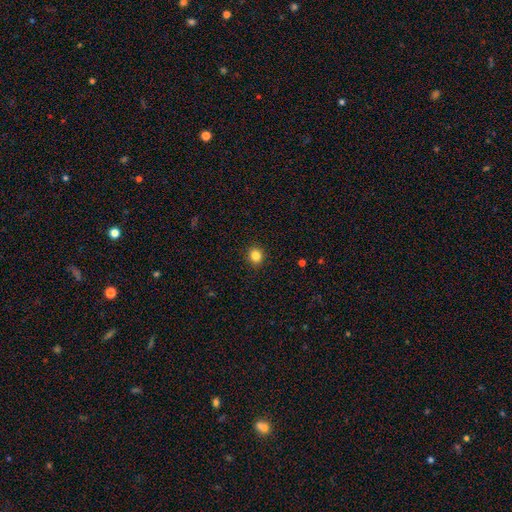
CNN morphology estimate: A smooth galaxy with no disk features (84%) that is round (82%).

Vote fractions:
- Smooth or featured? smooth: 84% / star or artifact: 11% / featured or disk: 5%
- How rounded? round: 82% / in between: 18% / cigar-shaped: 1%
- Merging? none: 91% / minor disturbance: 6% / major disturbance: 2% / merger: 1%